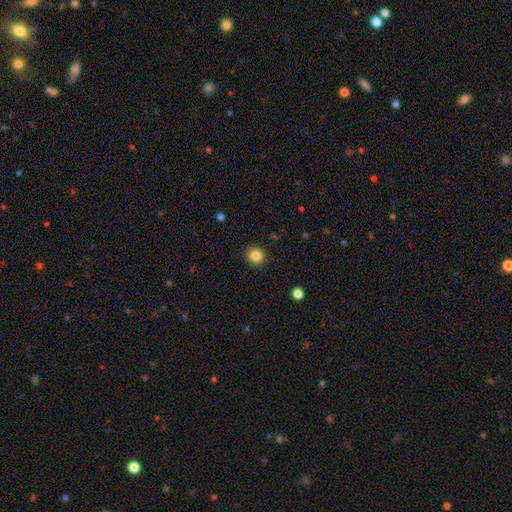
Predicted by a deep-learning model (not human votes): Overall: smooth (85%). How rounded: round (90%). Merging: none (91%).